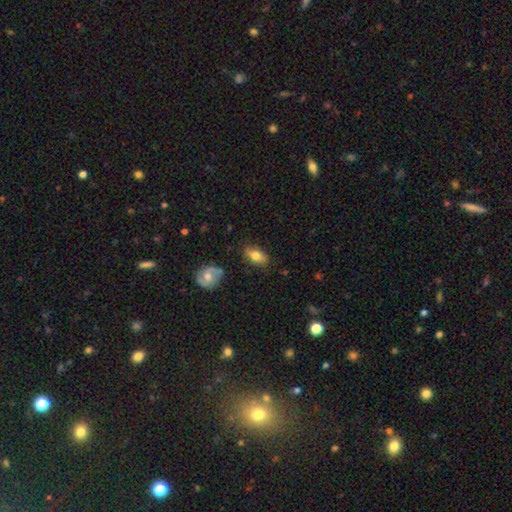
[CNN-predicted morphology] Q: Smooth or featured?
A: smooth (75%); runner-up: featured or disk (18%)
Q: How rounded?
A: in between (88%); runner-up: cigar-shaped (7%)
Q: Merging?
A: none (79%); runner-up: minor disturbance (15%)